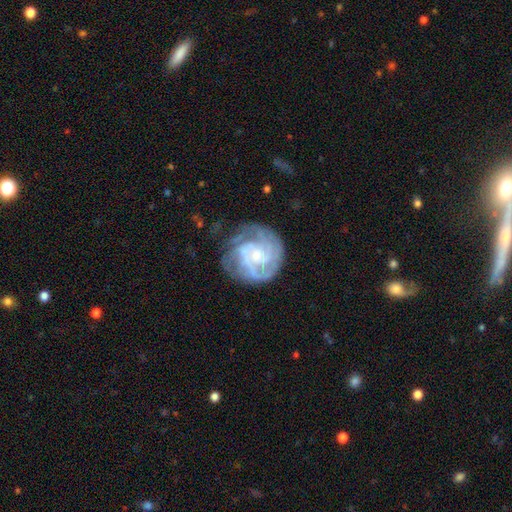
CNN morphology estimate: This appears to be a featured or disk galaxy (84%) with no bar (66%), tight (65%) spiral arms (94%) and a small central bulge (57%). Merging: none (66%).